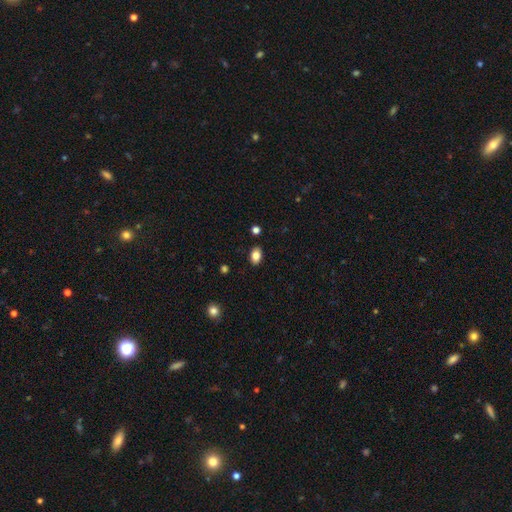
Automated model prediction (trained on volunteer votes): This is clearly a smooth galaxy (83%). How rounded: clearly in between (87%). Merging: clearly none (88%).